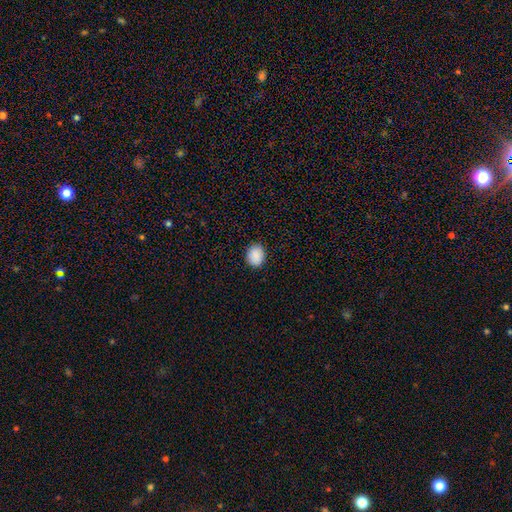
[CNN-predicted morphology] smooth-or-featured: smooth: 90% | star or artifact: 8% | featured or disk: 3%
  how-rounded: round: 52% | in between: 47% | cigar-shaped: 1%
  merging: none: 88% | minor disturbance: 9% | major disturbance: 2% | merger: 1%